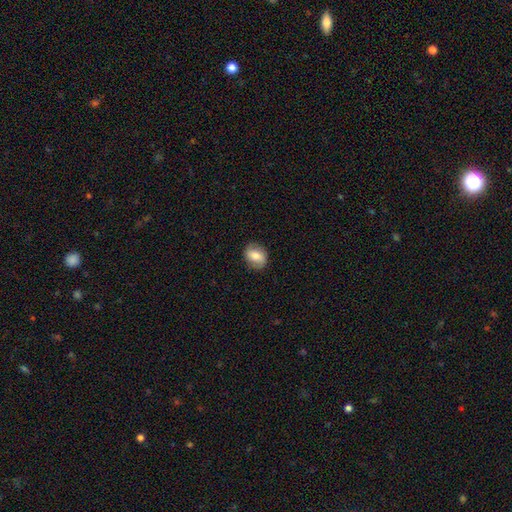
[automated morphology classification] This appears to be a smooth galaxy with no disk features (69%) that is in between round and cigar-shaped (53%). Merging: none (82%).